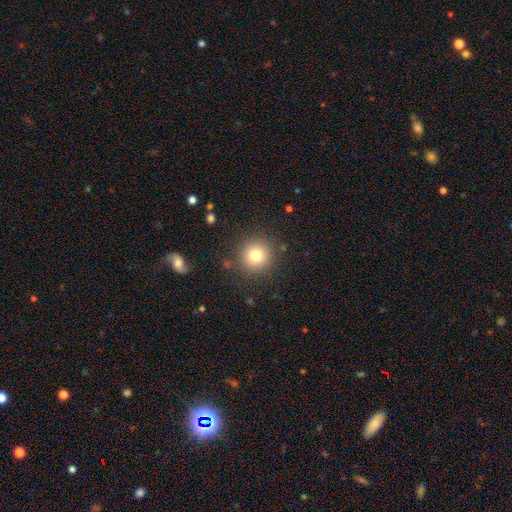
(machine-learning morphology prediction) Q: Smooth or featured?
A: smooth (78%); runner-up: star or artifact (12%)
Q: How rounded?
A: round (94%); runner-up: in between (5%)
Q: Merging?
A: none (88%); runner-up: minor disturbance (7%)